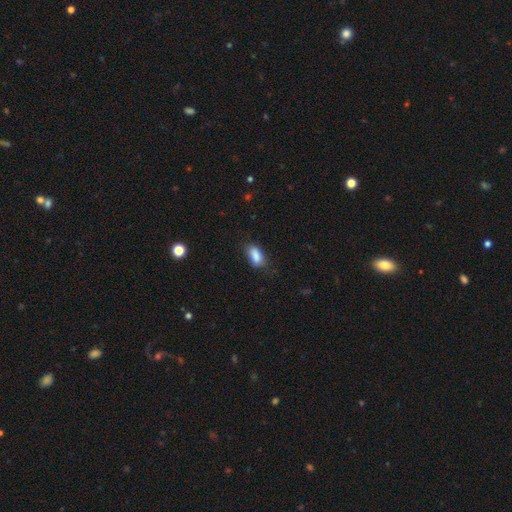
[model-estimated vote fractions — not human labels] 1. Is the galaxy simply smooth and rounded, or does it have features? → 85% smooth, 8% star or artifact, 6% featured or disk.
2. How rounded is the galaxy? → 86% in between, 10% cigar-shaped, 4% round.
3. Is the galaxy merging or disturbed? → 69% none, 23% minor disturbance, 6% major disturbance, 2% merger.